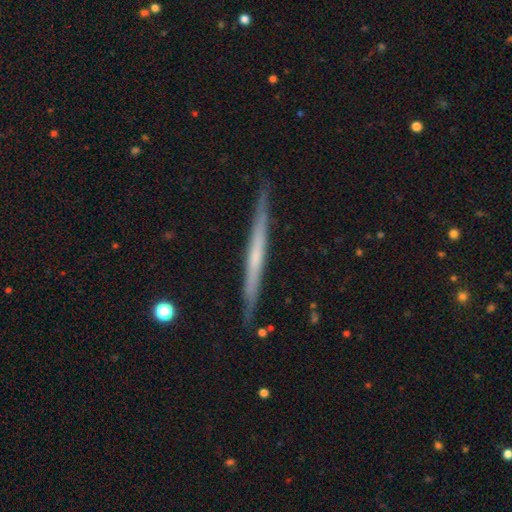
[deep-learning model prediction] This appears to be a featured or disk galaxy (60%) viewed edge-on (97%) with no central bulge (80%). Merging: none (88%).